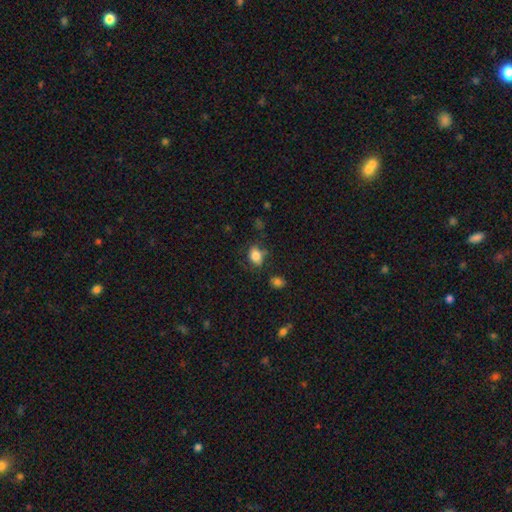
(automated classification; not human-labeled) Smooth or featured?
  - smooth: 80% *
  - featured or disk: 10%
  - star or artifact: 10%
How rounded?
  - in between: 68% *
  - round: 30%
  - cigar-shaped: 1%
Merging?
  - none: 65% *
  - minor disturbance: 22%
  - major disturbance: 9%
  - merger: 4%